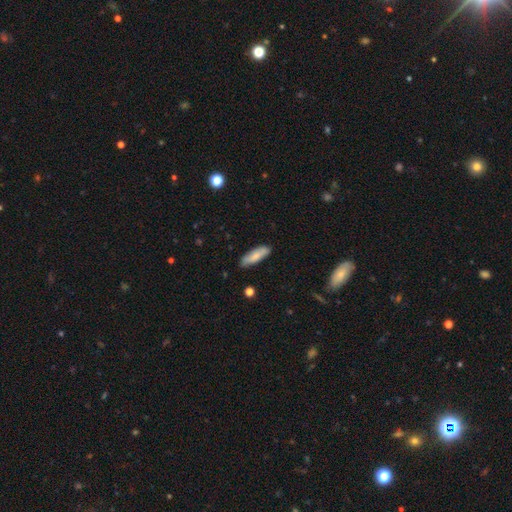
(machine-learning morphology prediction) smooth 79%, featured or disk 15%, star or artifact 6%. Down the decision tree: how rounded — cigar-shaped (50%); merging — none (83%).